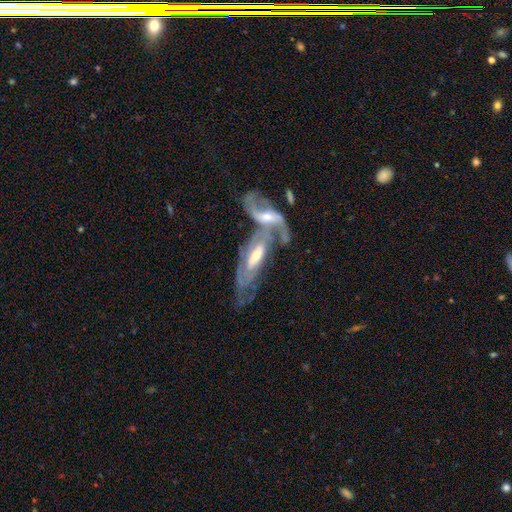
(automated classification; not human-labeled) This appears to be a featured or disk galaxy (80%) with a weak bar (39%), 2 (53%) medium (40%) spiral arms (88%) and a moderate central bulge (53%). Merging: merger (61%).